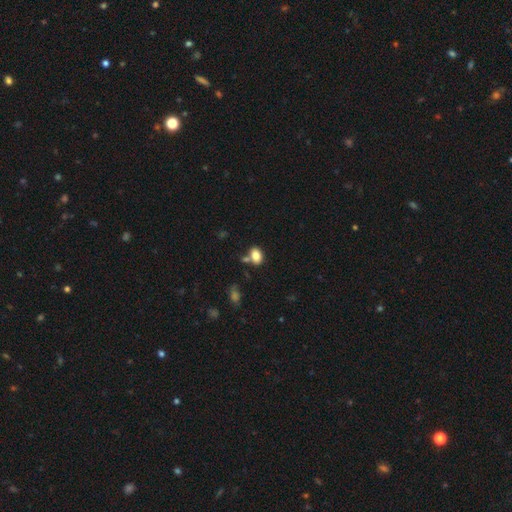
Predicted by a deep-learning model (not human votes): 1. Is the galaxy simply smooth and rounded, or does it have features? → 84% smooth, 10% star or artifact, 7% featured or disk.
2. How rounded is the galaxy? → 83% in between, 16% round, 1% cigar-shaped.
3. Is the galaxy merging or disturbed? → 65% none, 17% merger, 14% minor disturbance, 4% major disturbance.